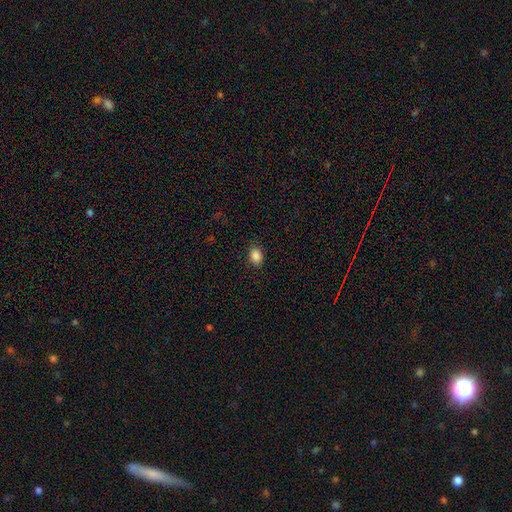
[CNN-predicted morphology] smooth-or-featured: smooth: 87% | star or artifact: 9% | featured or disk: 3%
  how-rounded: in between: 73% | round: 26% | cigar-shaped: 1%
  merging: none: 88% | minor disturbance: 9% | major disturbance: 2% | merger: 1%